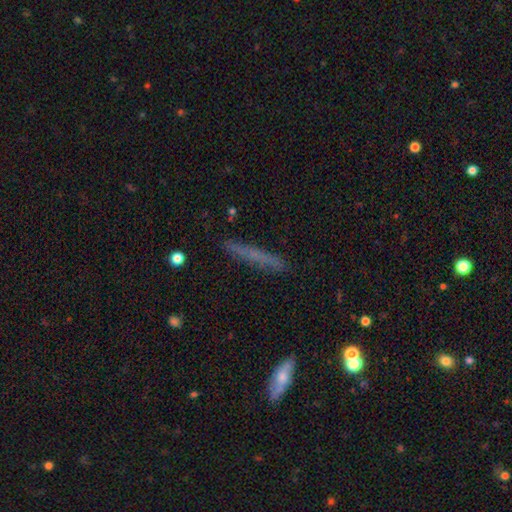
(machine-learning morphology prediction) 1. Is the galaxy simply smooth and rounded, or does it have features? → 51% smooth, 35% featured or disk, 15% star or artifact.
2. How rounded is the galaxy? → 93% cigar-shaped, 4% in between, 3% round.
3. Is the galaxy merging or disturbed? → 85% none, 10% minor disturbance, 3% major disturbance, 2% merger.